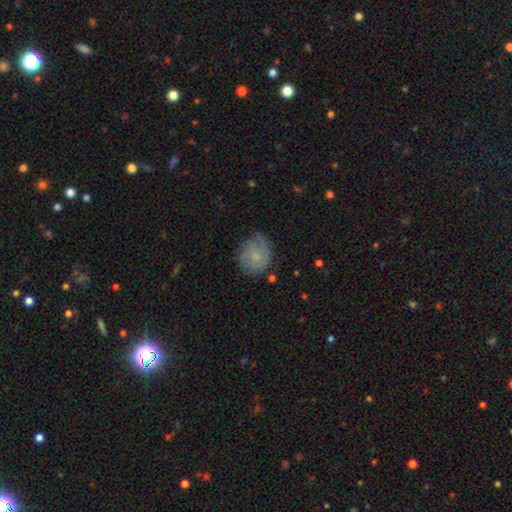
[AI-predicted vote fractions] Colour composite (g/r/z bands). It shows a smooth galaxy with no disk features (59%) that is round (74%). Merging: none (61%).